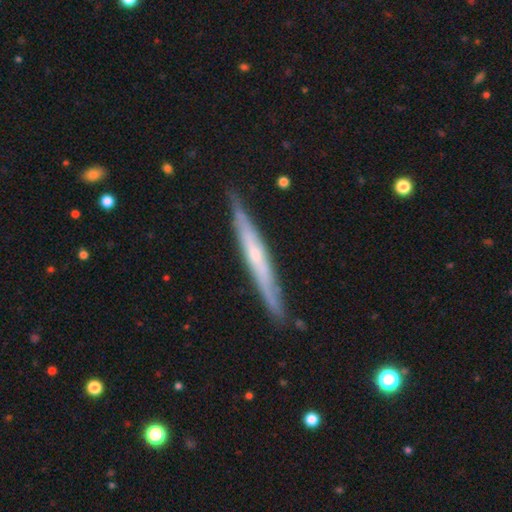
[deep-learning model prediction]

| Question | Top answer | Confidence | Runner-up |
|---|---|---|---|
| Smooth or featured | featured or disk | 65% | smooth (30%) |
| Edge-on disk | yes | 92% | no (8%) |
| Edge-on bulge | none | 54% | rounded (41%) |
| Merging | none | 85% | minor disturbance (12%) |